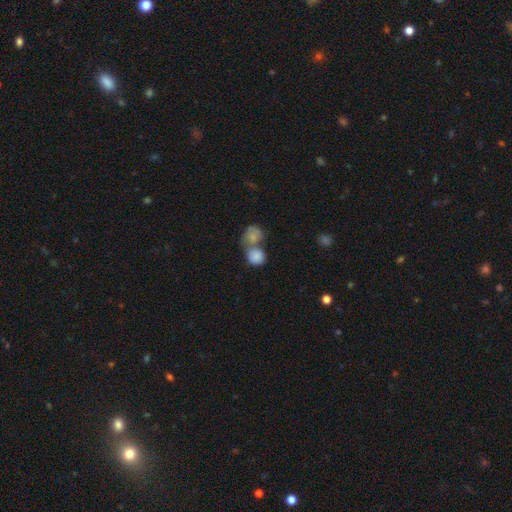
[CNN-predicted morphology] type=smooth (83%); roundness=round (74%); merging=merger (64%).